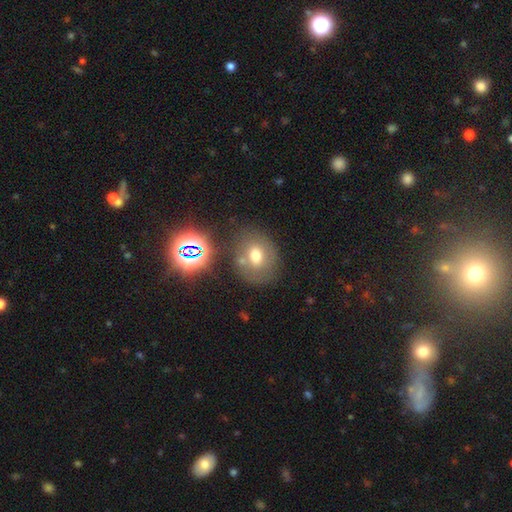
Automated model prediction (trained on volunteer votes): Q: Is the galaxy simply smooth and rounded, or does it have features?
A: smooth — 64%.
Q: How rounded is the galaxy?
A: round — 60%.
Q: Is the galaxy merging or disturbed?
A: none — 66%.